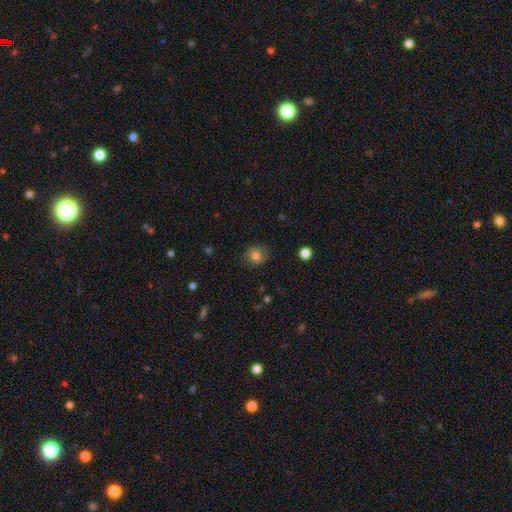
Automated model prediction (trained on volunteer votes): Smooth or featured? Predicted: smooth (p=0.82). How rounded? Predicted: round (p=0.81). Merging? Predicted: none (p=0.78).